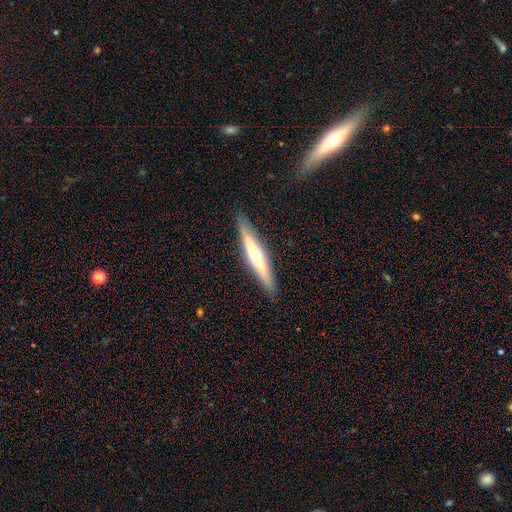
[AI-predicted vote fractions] A featured or disk galaxy (58%) viewed edge-on (95%) with a rounded central bulge (77%). Merging: none (89%).